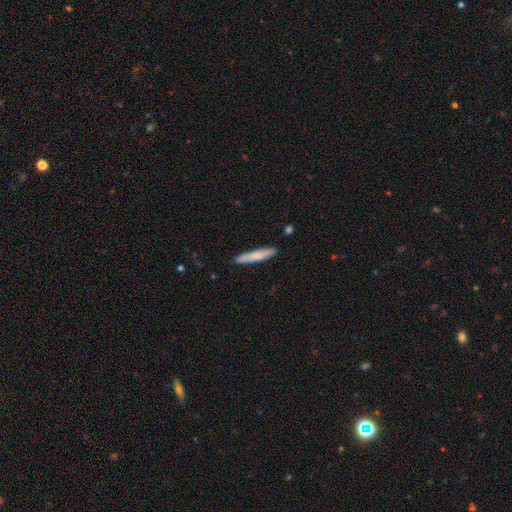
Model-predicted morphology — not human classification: Smooth or featured: smooth — 70% (featured or disk — 24%)
How rounded: cigar-shaped — 92% (in between — 7%)
Merging: none — 89% (minor disturbance — 8%)